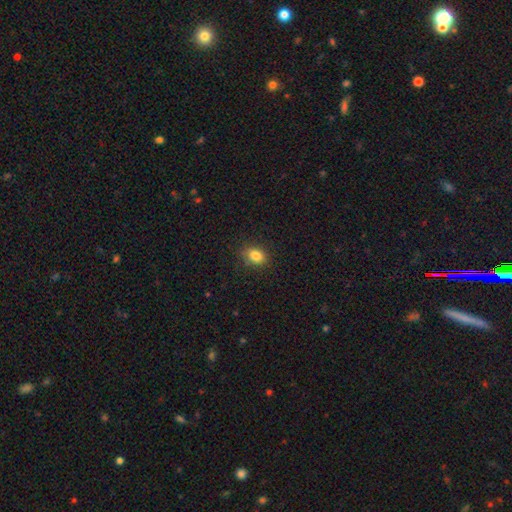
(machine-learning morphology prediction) Smooth or featured? Predicted: smooth (p=0.84). How rounded? Predicted: in between (p=0.66). Merging? Predicted: none (p=0.82).